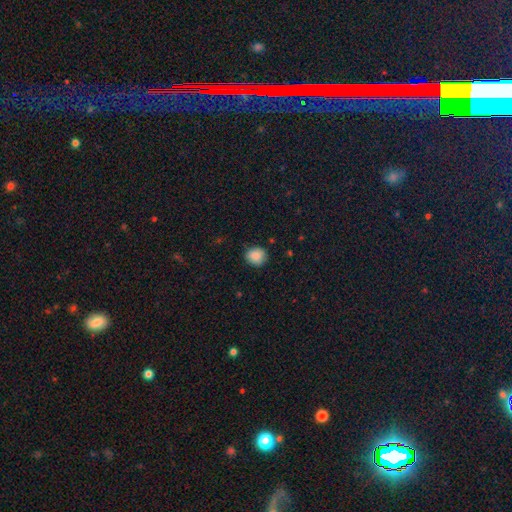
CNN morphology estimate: Q: Smooth or featured?
A: smooth (88%); runner-up: star or artifact (9%)
Q: How rounded?
A: round (82%); runner-up: in between (17%)
Q: Merging?
A: none (86%); runner-up: minor disturbance (11%)